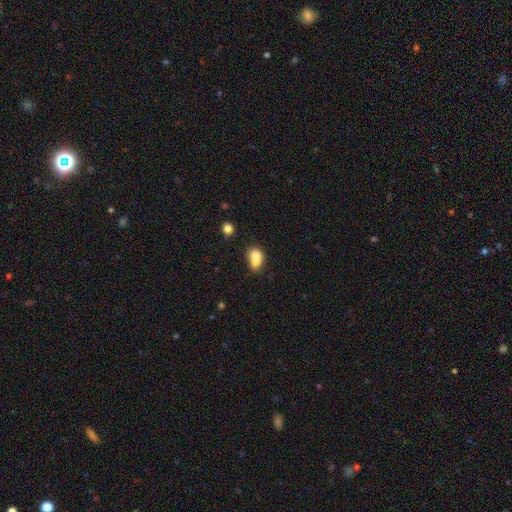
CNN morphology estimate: Smooth or featured: smooth — 75% (featured or disk — 15%)
How rounded: in between — 67% (round — 30%)
Merging: merger — 54% (none — 27%)